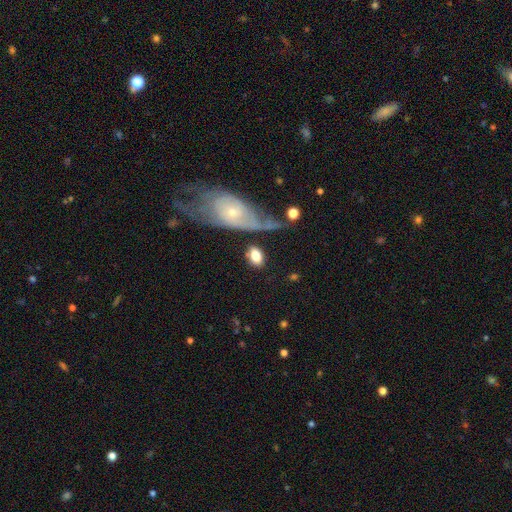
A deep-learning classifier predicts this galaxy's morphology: Smooth or featured? smooth (76%)
How rounded? in between (85%)
Merging? none (57%)